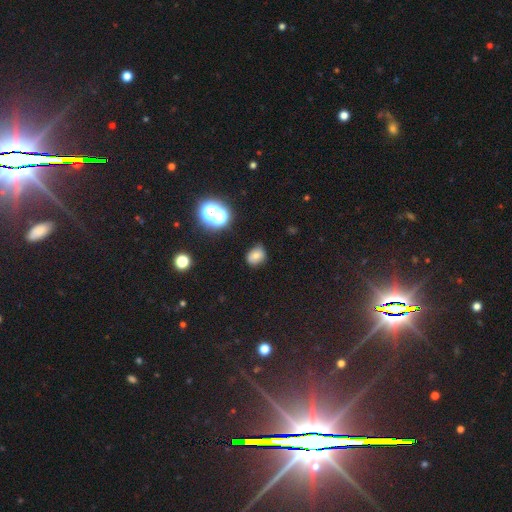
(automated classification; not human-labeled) A smooth galaxy with no disk features (67%) that is in between round and cigar-shaped (53%).

Vote fractions:
- Smooth or featured? smooth: 67% / star or artifact: 19% / featured or disk: 14%
- How rounded? in between: 53% / round: 46% / cigar-shaped: 1%
- Merging? none: 74% / minor disturbance: 19% / major disturbance: 4% / merger: 2%